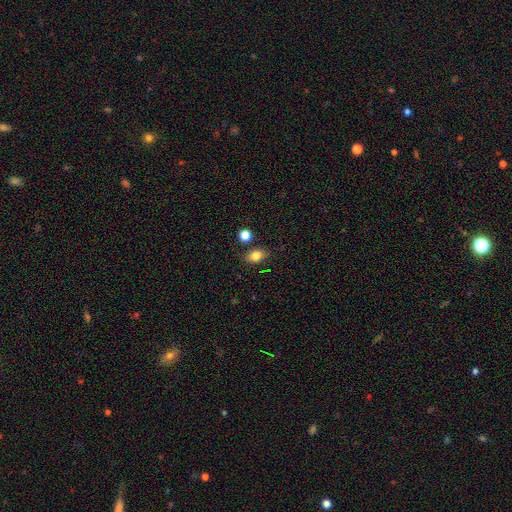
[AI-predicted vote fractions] Morphology: type=smooth (80%); roundness=in between (72%); merging=none (80%).